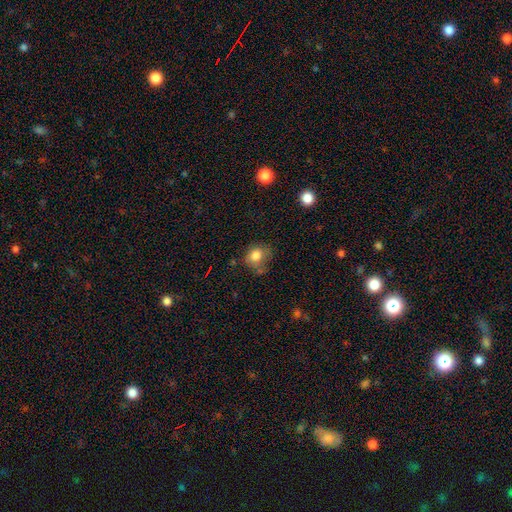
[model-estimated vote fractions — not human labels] This appears to be a smooth galaxy with no disk features (80%) that is round (63%). Merging: none (54%).